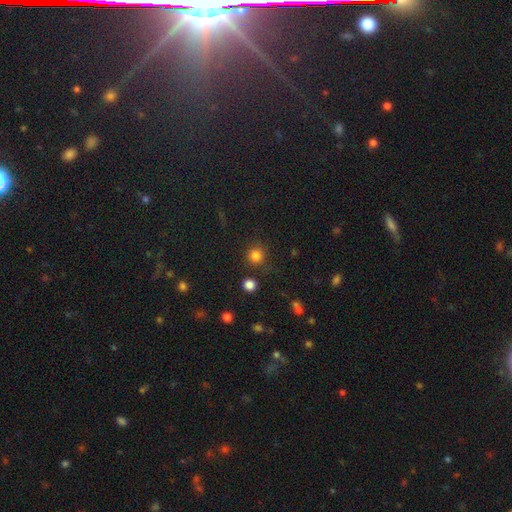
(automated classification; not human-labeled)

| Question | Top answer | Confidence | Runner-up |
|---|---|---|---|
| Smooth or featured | smooth | 81% | star or artifact (14%) |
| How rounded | round | 93% | in between (6%) |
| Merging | none | 83% | minor disturbance (9%) |